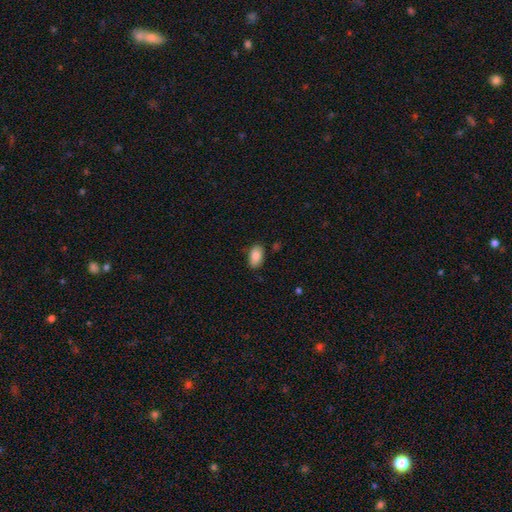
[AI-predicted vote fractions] smooth 87%, star or artifact 7%, featured or disk 5%. Down the decision tree: how rounded — in between (92%); merging — none (79%).